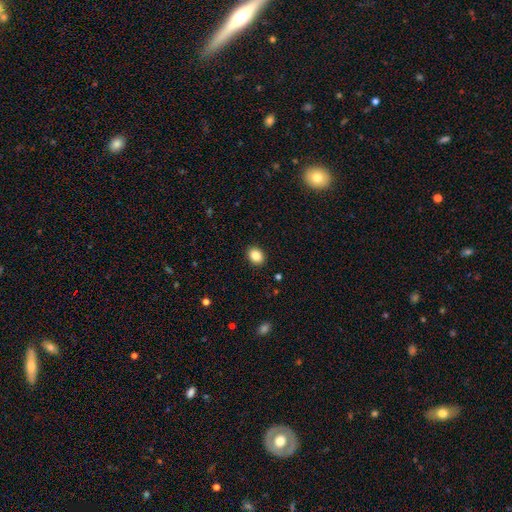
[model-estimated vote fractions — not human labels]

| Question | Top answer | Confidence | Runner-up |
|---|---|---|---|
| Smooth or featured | smooth | 86% | star or artifact (9%) |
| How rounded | in between | 54% | round (46%) |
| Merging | none | 91% | minor disturbance (6%) |